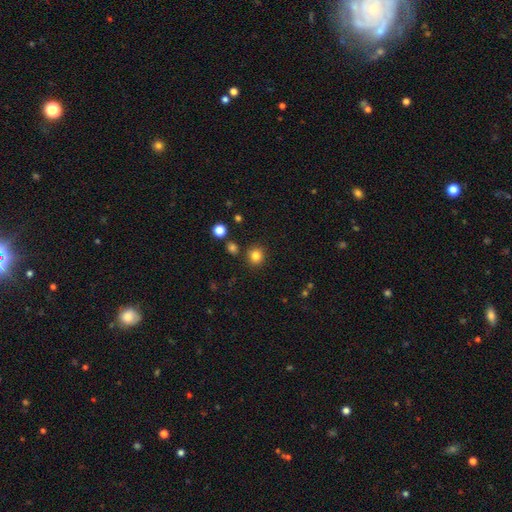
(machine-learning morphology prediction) type=smooth (83%); roundness=round (90%); merging=none (87%).